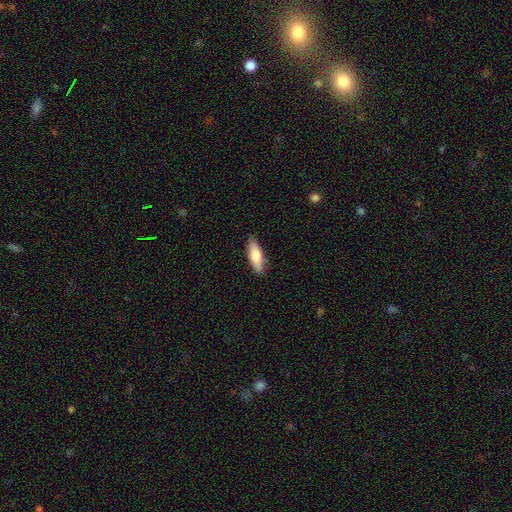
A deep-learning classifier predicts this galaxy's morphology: Smooth or featured? smooth (74%)
How rounded? in between (50%)
Merging? none (85%)